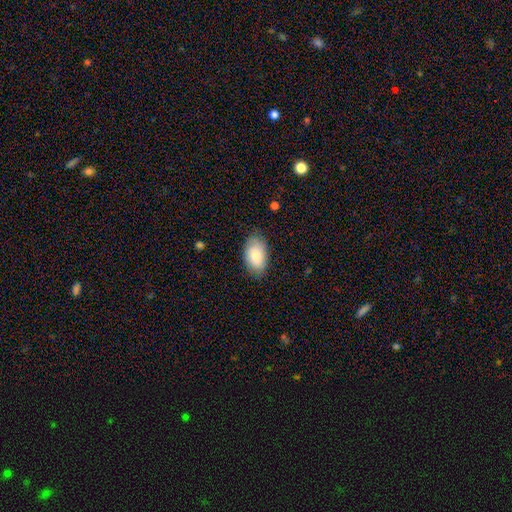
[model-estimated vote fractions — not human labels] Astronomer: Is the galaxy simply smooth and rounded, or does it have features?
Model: smooth — 79%.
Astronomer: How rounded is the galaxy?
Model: in between — 93%.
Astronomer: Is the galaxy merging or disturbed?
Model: none — 80%.